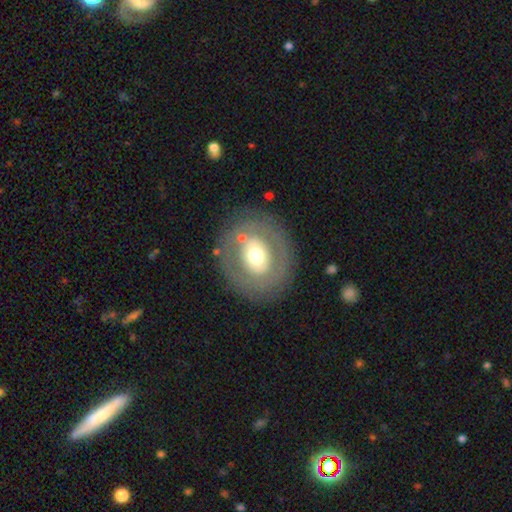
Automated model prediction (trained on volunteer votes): Smooth or featured?
  - smooth: 46% * (tied)
  - featured or disk: 46% * (tied)
  - star or artifact: 8%
Merging?
  - none: 81% *
  - minor disturbance: 10%
  - major disturbance: 6%
  - merger: 2%